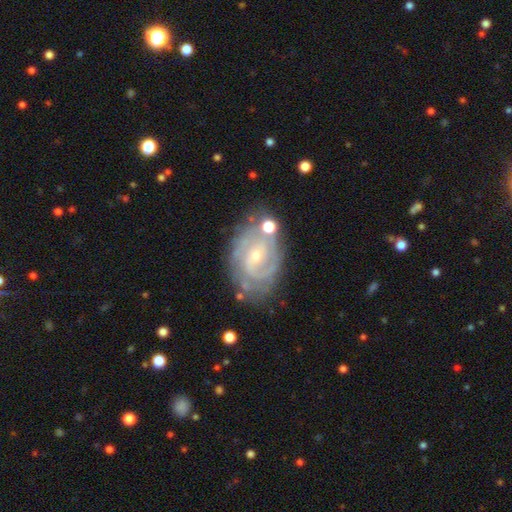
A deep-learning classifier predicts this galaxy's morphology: Overall: featured or disk (86%). Edge-on disk: no (97%). Bar: no (54%; weak 37%). Spiral arms: yes (95%). Spiral arm count: 2 (43%; can't tell 24%). Spiral winding: tight (63%; medium 30%). Bulge size: small (73%). Merging: none (69%).